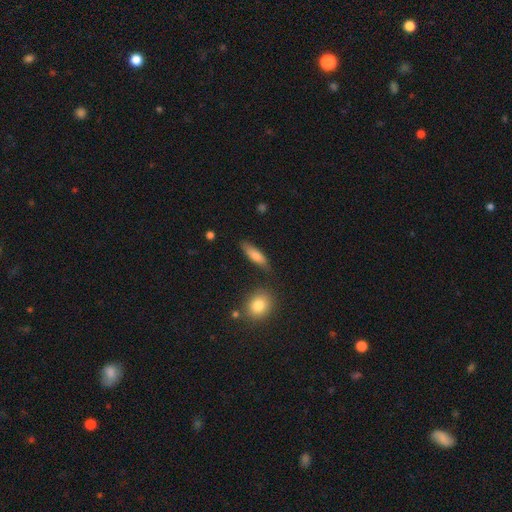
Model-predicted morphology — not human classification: This is likely a smooth galaxy (75%). How rounded: possibly cigar-shaped (52%). Merging: likely none (77%).